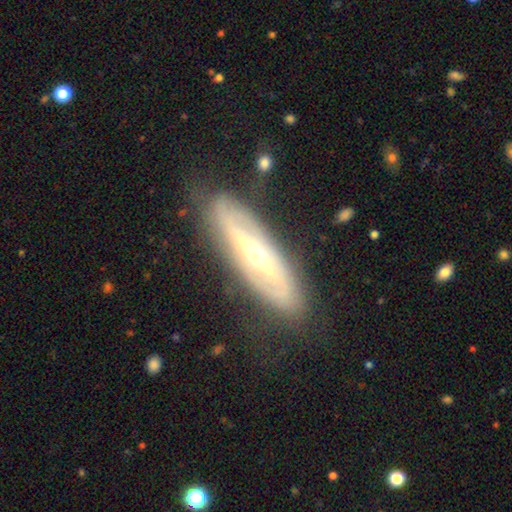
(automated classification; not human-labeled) Smooth or featured?
  - featured or disk: 75% *
  - smooth: 19%
  - star or artifact: 6%
Edge-on disk?
  - no: 67% *
  - yes: 33%
Bar?
  - no: 56% *
  - weak: 26%
  - strong: 19%
Spiral arms?
  - yes: 64% *
  - no: 36%
Bulge size?
  - moderate: 59% *
  - small: 35%
  - large: 4%
  - dominant: 1%
  - none: 1%
Merging?
  - none: 81% *
  - minor disturbance: 13%
  - major disturbance: 5%
  - merger: 1%